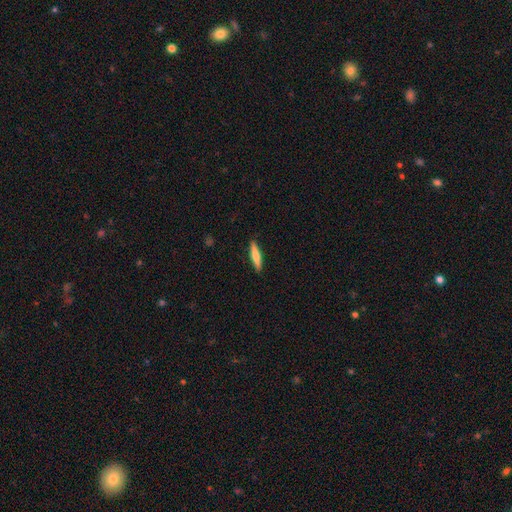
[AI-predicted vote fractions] smooth-or-featured: smooth: 67% | featured or disk: 28% | star or artifact: 5%
  how-rounded: cigar-shaped: 86% | in between: 13% | round: 2%
  merging: none: 90% | minor disturbance: 7% | major disturbance: 2% | merger: 1%